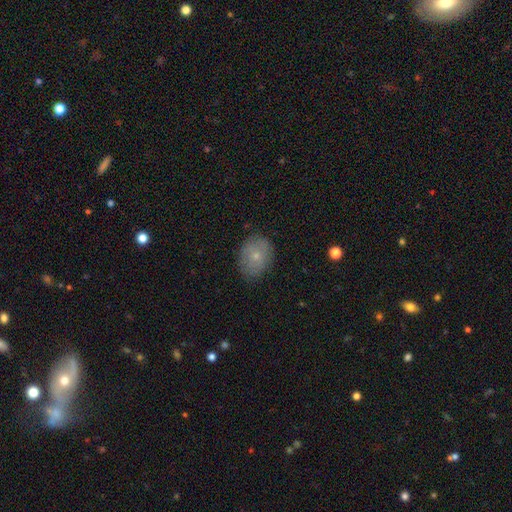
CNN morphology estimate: Smooth or featured? smooth (70%)
How rounded? in between (58%)
Merging? none (80%)